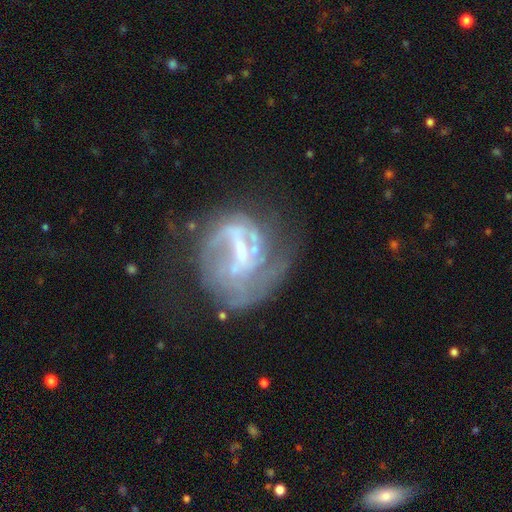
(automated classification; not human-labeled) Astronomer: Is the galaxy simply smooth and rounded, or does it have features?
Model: featured or disk — 78%.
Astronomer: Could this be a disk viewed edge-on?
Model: no — 97%.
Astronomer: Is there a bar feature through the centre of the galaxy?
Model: weak — 46% (runner-up: strong, 31%).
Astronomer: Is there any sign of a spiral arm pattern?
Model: yes — 72%.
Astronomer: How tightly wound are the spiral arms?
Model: medium — 38% (runner-up: tight, 31%).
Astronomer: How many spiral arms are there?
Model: can't tell — 32% (runner-up: 2, 31%).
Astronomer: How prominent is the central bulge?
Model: small — 43% (runner-up: moderate, 29%).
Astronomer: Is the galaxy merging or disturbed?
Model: none — 38% (runner-up: major disturbance, 35%).